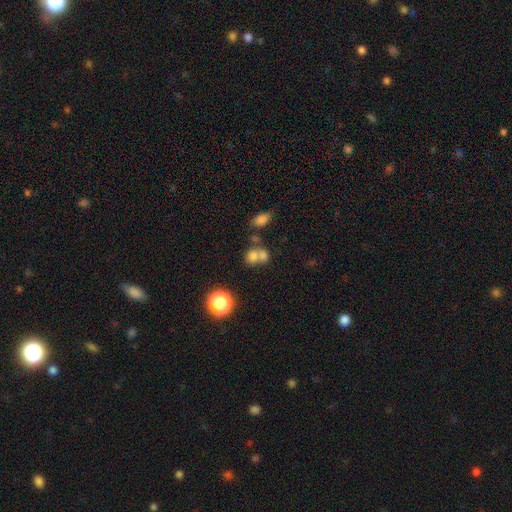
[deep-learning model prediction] Smooth or featured?
  - smooth: 71% *
  - star or artifact: 15%
  - featured or disk: 14%
How rounded?
  - round: 65% *
  - in between: 34%
  - cigar-shaped: 1%
Merging?
  - merger: 57% *
  - none: 31%
  - minor disturbance: 8%
  - major disturbance: 5%